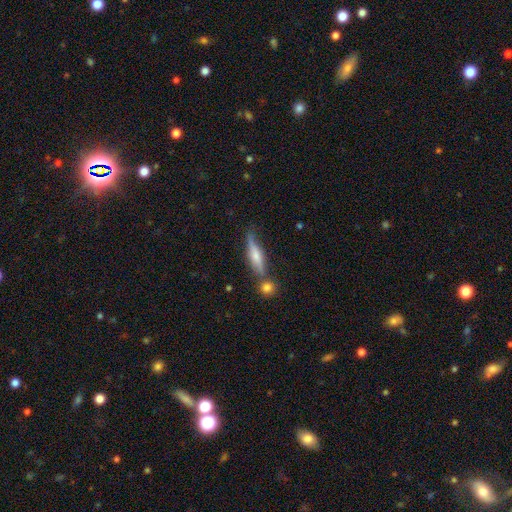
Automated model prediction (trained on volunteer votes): Overall: featured or disk (53%; smooth 39%). Edge-on disk: yes (89%). Merging: none (62%).